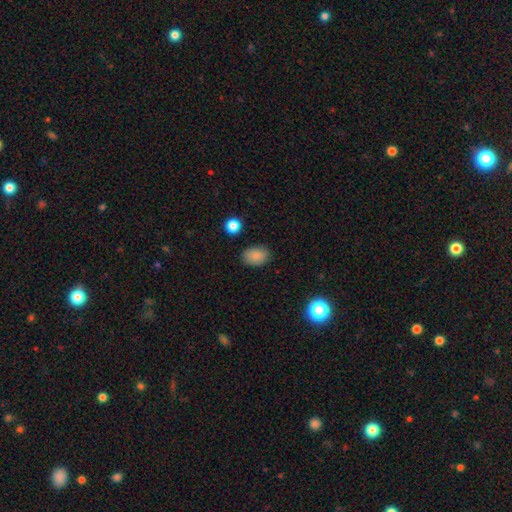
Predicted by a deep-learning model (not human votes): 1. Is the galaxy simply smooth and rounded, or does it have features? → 86% smooth, 9% star or artifact, 5% featured or disk.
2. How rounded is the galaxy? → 75% in between, 24% round, 1% cigar-shaped.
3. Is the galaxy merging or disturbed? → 82% none, 13% minor disturbance, 3% major disturbance, 2% merger.